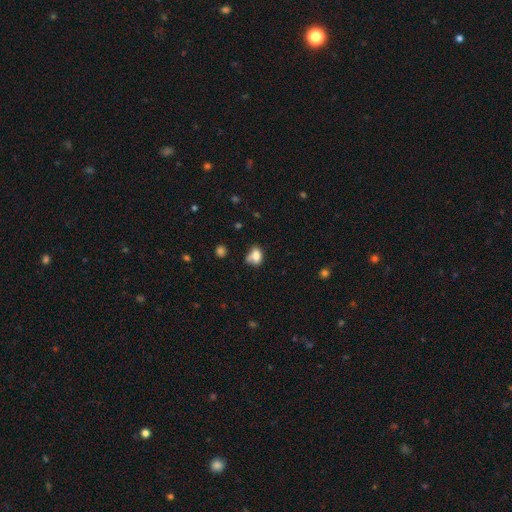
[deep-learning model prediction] Smooth or featured?
  - smooth: 77% *
  - featured or disk: 12%
  - star or artifact: 11%
How rounded?
  - in between: 67% *
  - round: 32%
  - cigar-shaped: 2%
Merging?
  - none: 40% *
  - minor disturbance: 31%
  - merger: 17%
  - major disturbance: 13%